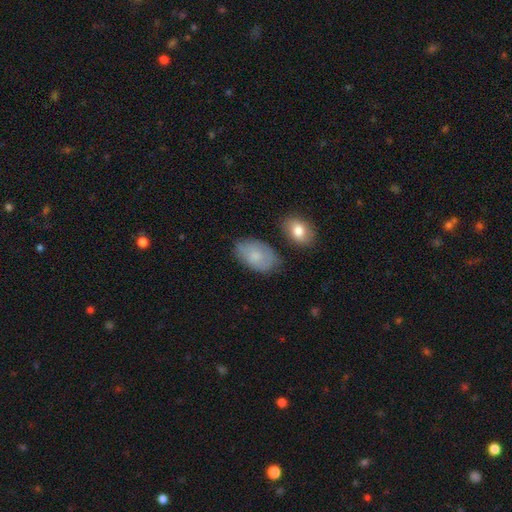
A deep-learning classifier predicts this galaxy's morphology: type=smooth (71%); roundness=in between (92%); merging=none (67%).